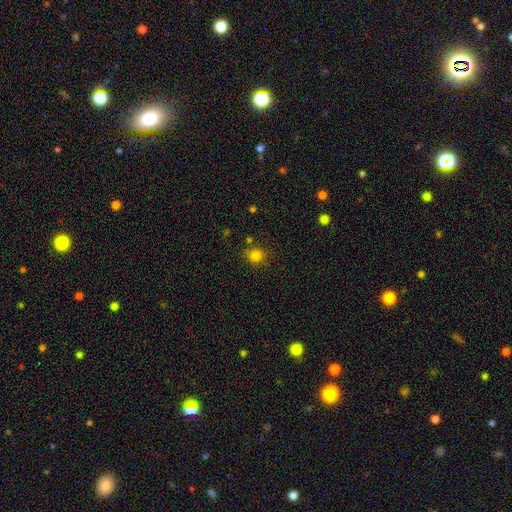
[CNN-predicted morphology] Overall: smooth (81%). How rounded: round (86%). Merging: none (80%).